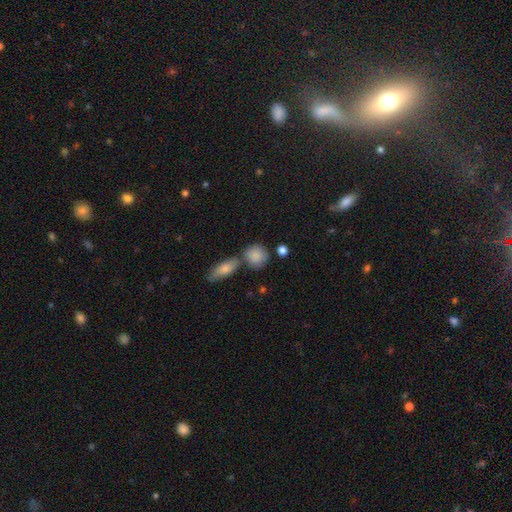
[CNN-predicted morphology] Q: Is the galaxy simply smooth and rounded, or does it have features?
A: smooth — 86%.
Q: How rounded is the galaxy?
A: round — 75%.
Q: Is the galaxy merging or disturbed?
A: none — 59%.